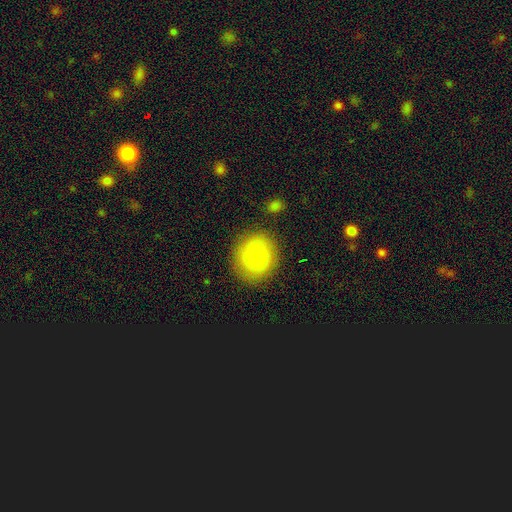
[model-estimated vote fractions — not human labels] Morphology: type=smooth (59%); roundness=round (85%); merging=none (78%).